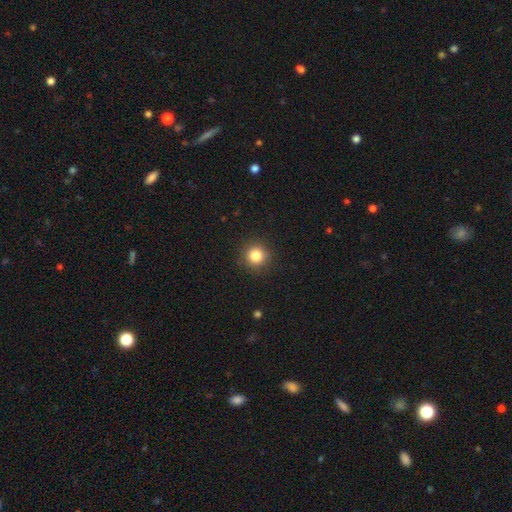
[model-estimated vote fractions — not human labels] Overall: smooth (82%). How rounded: round (94%). Merging: none (90%).